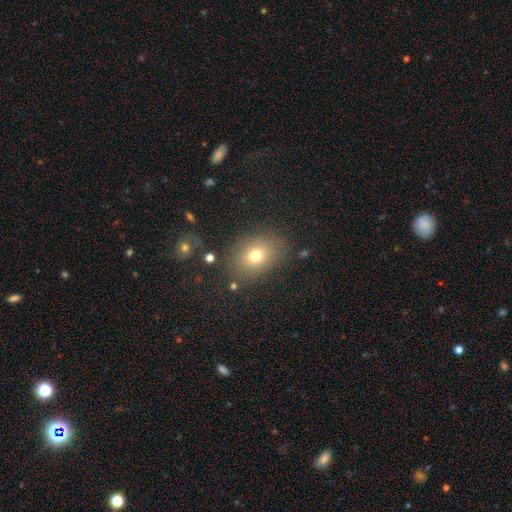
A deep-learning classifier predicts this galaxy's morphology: Smooth or featured? Predicted: smooth (p=0.74). How rounded? Predicted: in between (p=0.68). Merging? Predicted: none (p=0.81).